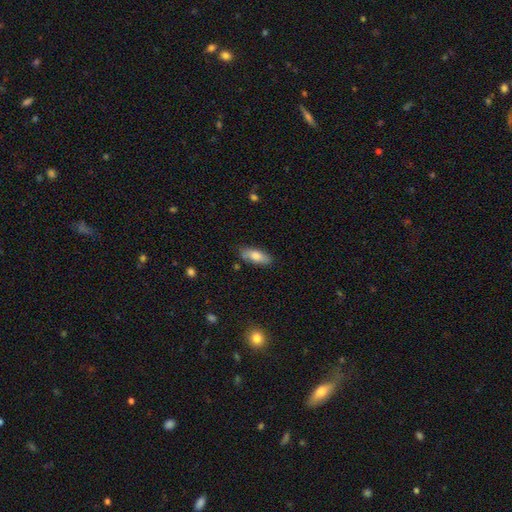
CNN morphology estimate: type=smooth (75%); roundness=in between (72%); merging=none (83%).